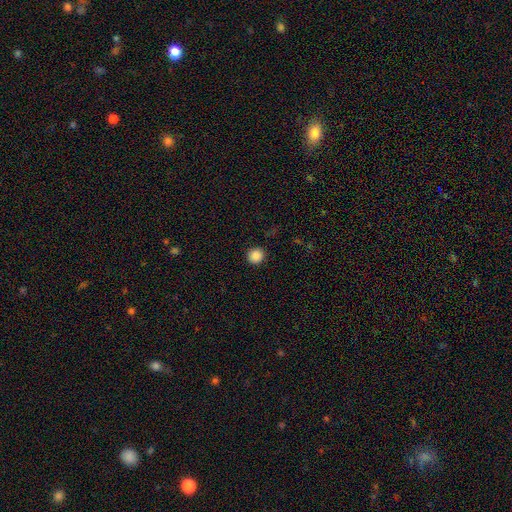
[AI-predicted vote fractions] Overall: smooth (87%). How rounded: round (93%). Merging: none (92%).